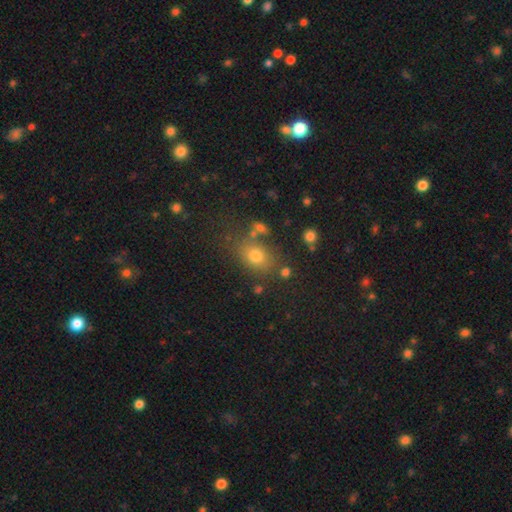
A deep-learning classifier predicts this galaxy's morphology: smooth_or_featured: smooth (p=0.72) [alt: star or artifact p=0.17]
how_rounded: in between (p=0.58) [alt: round p=0.40]
merging: none (p=0.71) [alt: minor disturbance p=0.14]